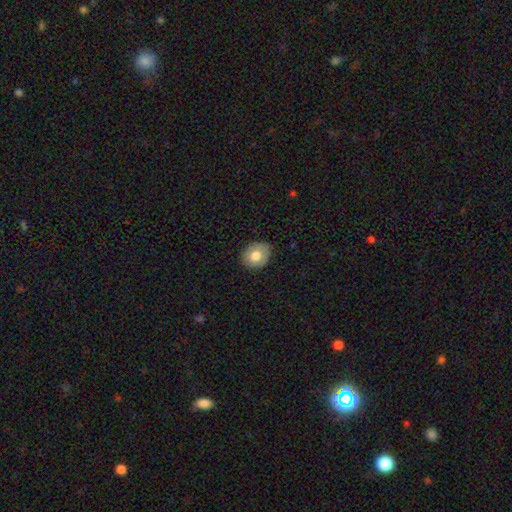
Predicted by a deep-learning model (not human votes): Smooth or featured? smooth (74%)
How rounded? in between (52%)
Merging? none (83%)